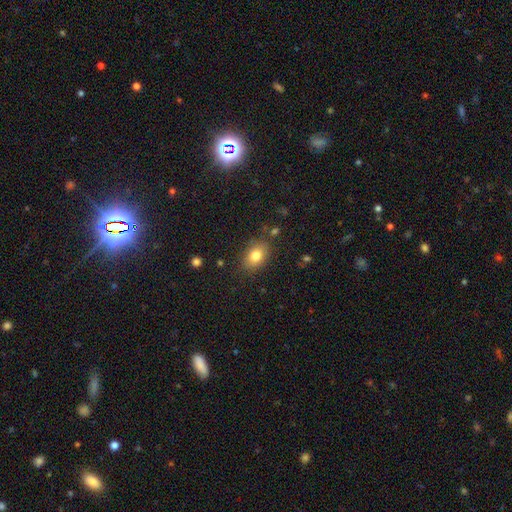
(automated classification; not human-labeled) Overall: smooth (81%). How rounded: in between (77%). Merging: none (82%).